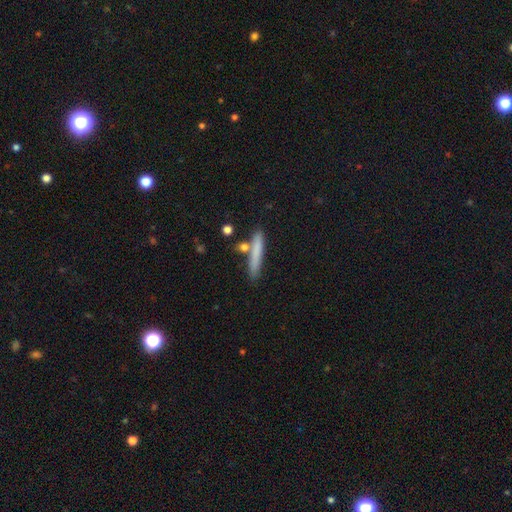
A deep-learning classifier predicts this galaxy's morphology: The model was most divided on "smooth or featured": smooth: 74%, featured or disk: 20%, star or artifact: 6%. More confident: how rounded — cigar-shaped (92%); merging — none (75%).